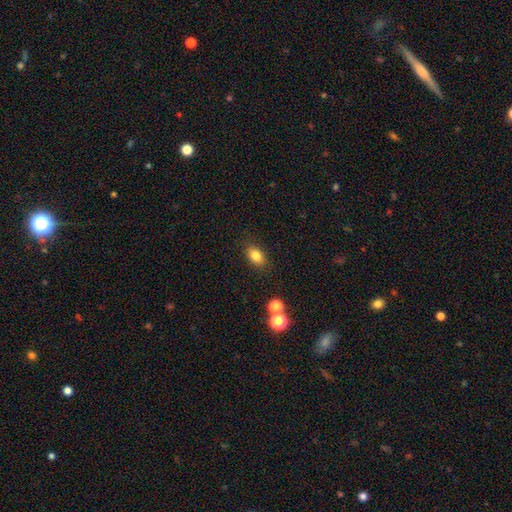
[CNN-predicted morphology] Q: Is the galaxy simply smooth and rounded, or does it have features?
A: smooth — 82%.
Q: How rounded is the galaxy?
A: in between — 82%.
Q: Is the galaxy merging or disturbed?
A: none — 86%.